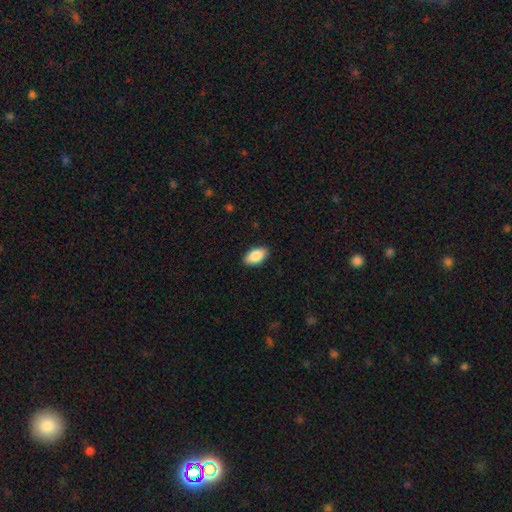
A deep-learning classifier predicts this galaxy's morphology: smooth-or-featured: smooth: 88% | star or artifact: 6% | featured or disk: 6%
  how-rounded: in between: 94% | round: 4% | cigar-shaped: 2%
  merging: none: 89% | minor disturbance: 8% | major disturbance: 2% | merger: 1%